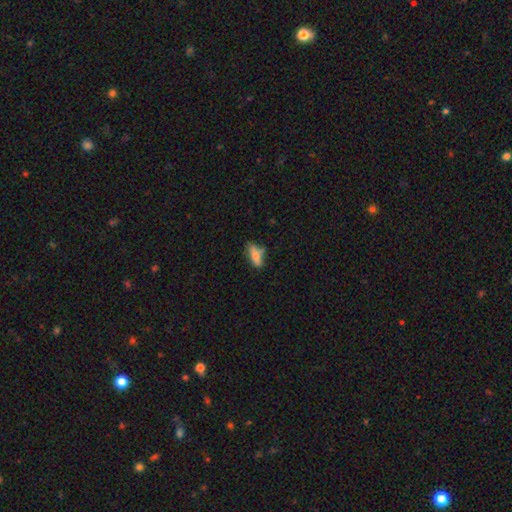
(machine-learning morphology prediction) A smooth galaxy with no disk features (75%) that is in between round and cigar-shaped (68%). Merging: none (53%).